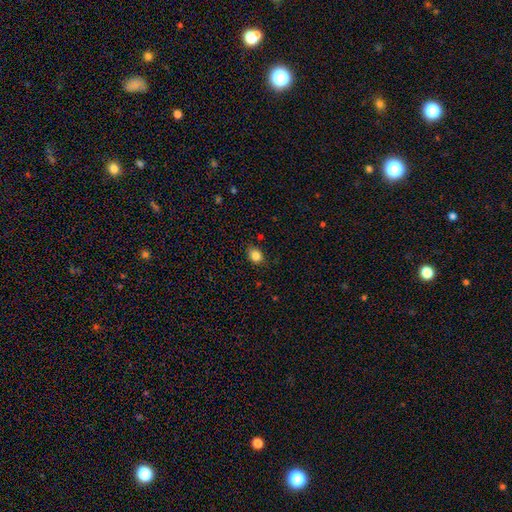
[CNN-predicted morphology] Smooth or featured: smooth — 84% (star or artifact — 10%)
How rounded: in between — 54% (round — 45%)
Merging: none — 83% (minor disturbance — 13%)